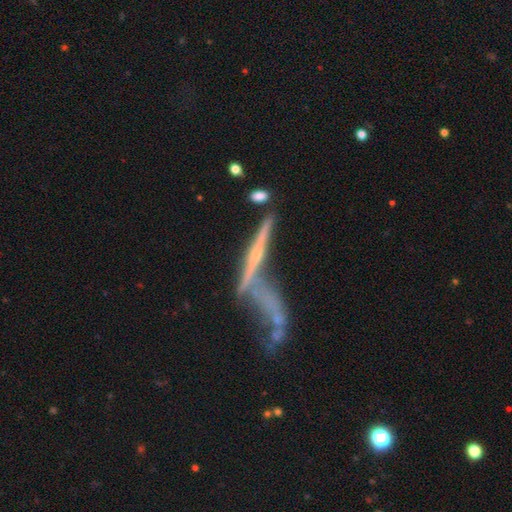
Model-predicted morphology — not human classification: This appears to be a featured or disk galaxy (71%) viewed edge-on (86%) with a rounded central bulge (54%). Merging: merger (36%).